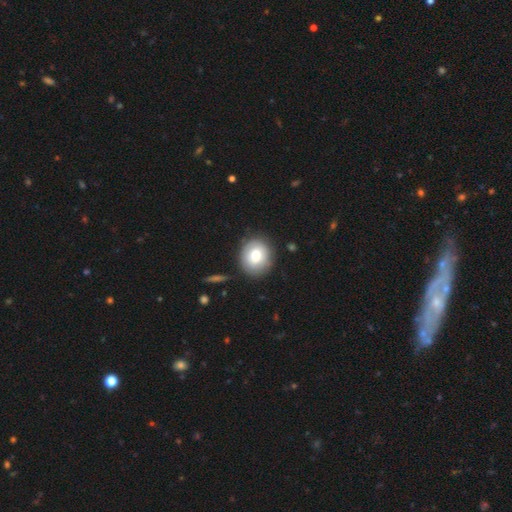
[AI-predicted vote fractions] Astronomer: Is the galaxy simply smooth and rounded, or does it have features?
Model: smooth — 74%.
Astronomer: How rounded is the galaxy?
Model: round — 73%.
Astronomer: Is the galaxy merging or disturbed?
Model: none — 85%.